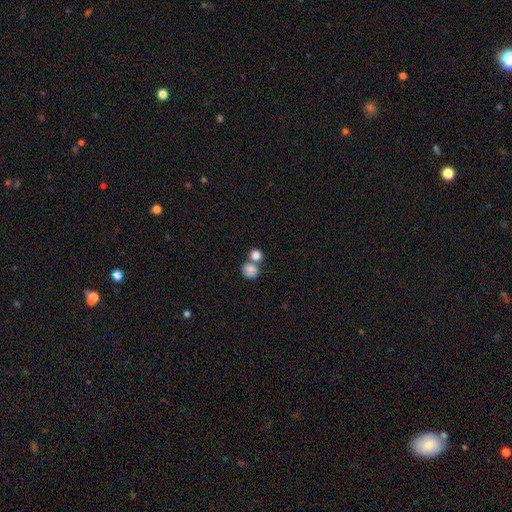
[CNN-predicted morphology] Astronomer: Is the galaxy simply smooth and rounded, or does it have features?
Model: smooth — 84%.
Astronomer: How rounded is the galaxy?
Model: round — 83%.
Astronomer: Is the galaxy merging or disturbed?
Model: none — 49% (runner-up: merger, 41%).